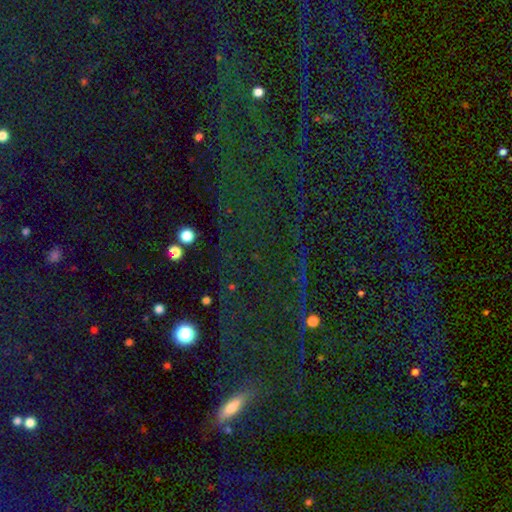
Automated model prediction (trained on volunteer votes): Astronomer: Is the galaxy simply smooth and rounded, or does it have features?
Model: star or artifact — 74%.